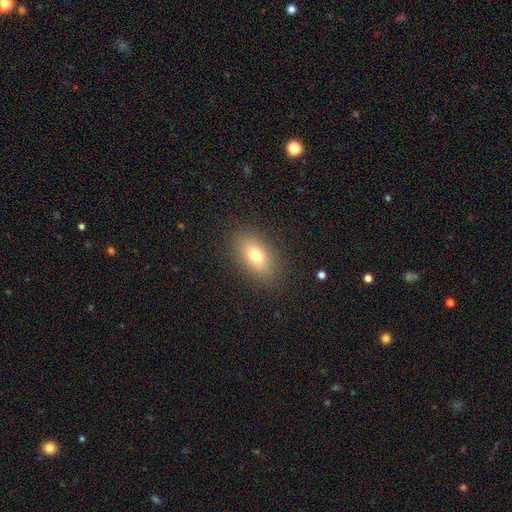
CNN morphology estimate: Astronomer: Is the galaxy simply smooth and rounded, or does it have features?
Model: smooth — 76%.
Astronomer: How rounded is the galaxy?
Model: in between — 87%.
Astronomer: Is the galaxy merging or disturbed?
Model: none — 87%.